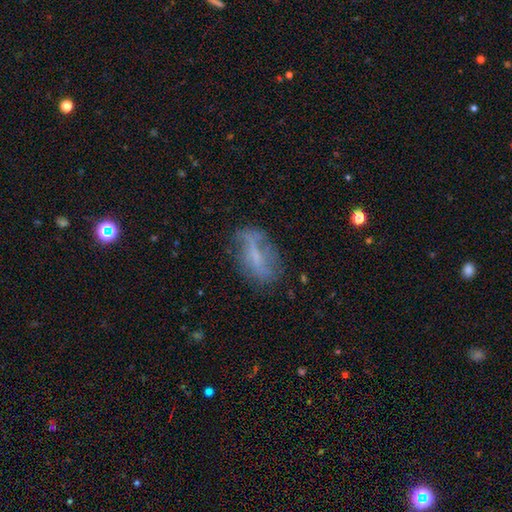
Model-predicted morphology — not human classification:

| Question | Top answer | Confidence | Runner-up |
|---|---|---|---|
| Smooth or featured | smooth | 47% | featured or disk (43%) |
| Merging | none | 54% | minor disturbance (27%) |